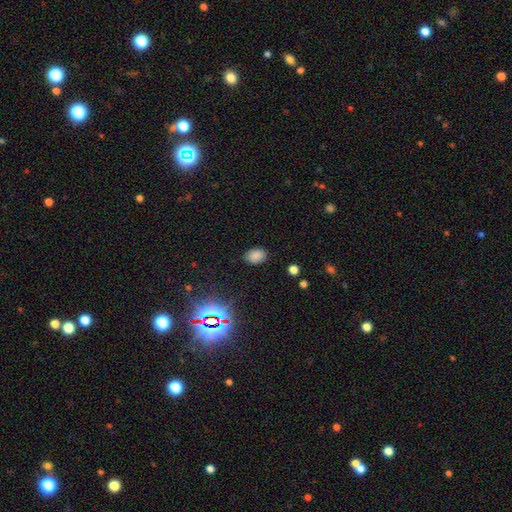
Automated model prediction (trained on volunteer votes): Morphology: type=smooth (80%); roundness=in between (80%); merging=none (85%).